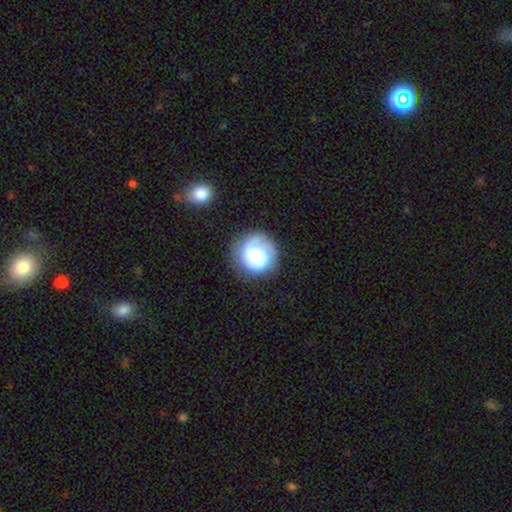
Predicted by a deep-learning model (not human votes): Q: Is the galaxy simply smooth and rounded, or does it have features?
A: smooth — 60%.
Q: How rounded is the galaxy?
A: round — 91%.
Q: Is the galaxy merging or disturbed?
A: none — 76%.